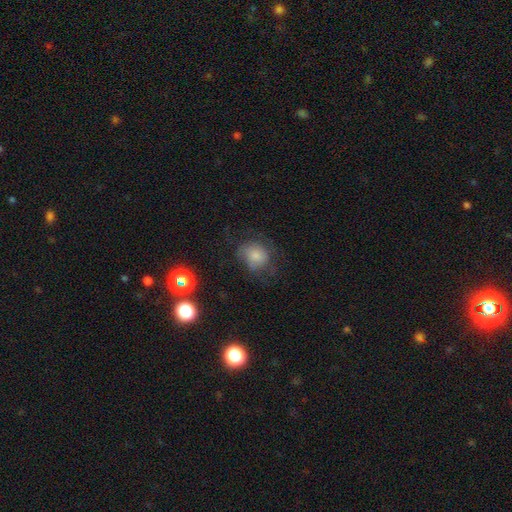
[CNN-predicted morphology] This is likely a smooth galaxy (67%). How rounded: likely round (65%). Merging: possibly none (49%).